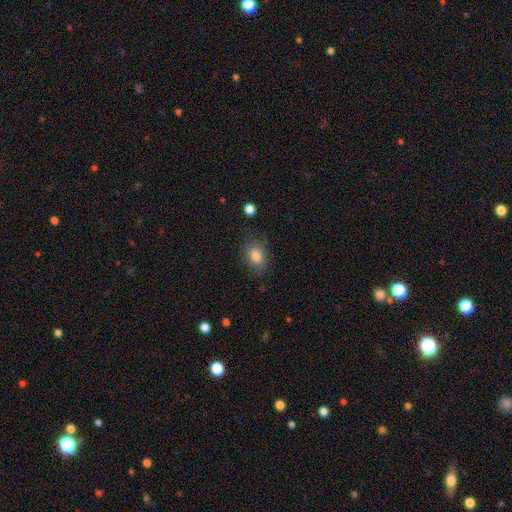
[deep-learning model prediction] This appears to be a smooth galaxy with no disk features (84%) that is in between round and cigar-shaped (80%). Merging: none (79%).